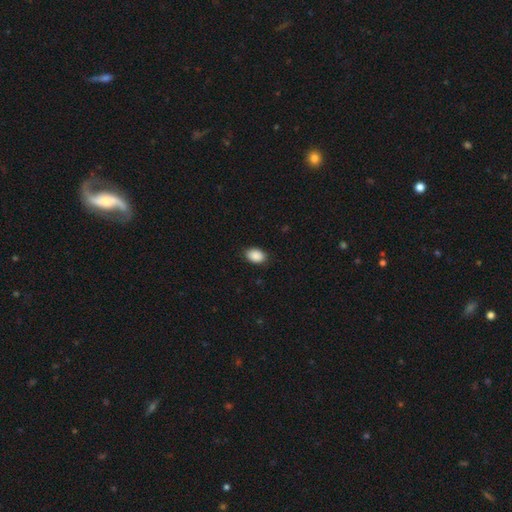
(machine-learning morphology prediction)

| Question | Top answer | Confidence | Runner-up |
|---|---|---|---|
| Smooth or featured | smooth | 90% | star or artifact (7%) |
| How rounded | in between | 83% | round (16%) |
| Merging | none | 87% | minor disturbance (10%) |